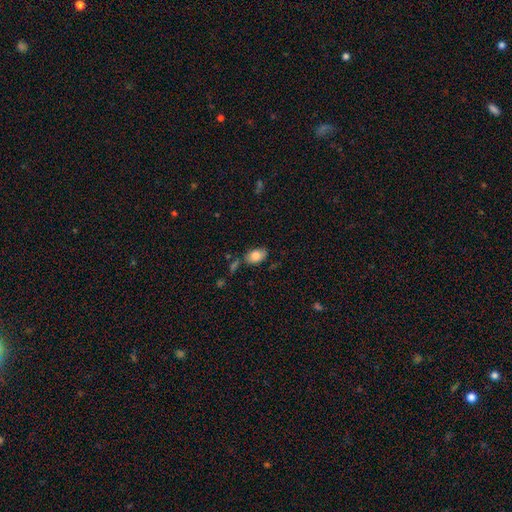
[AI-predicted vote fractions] Smooth or featured? smooth (83%)
How rounded? in between (89%)
Merging? none (70%)